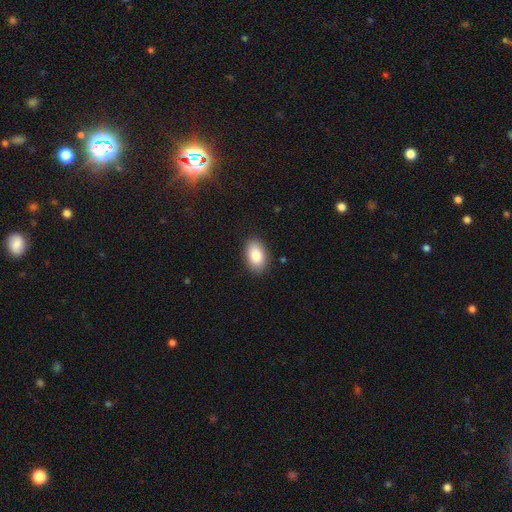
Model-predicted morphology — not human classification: type=smooth (84%); roundness=in between (91%); merging=none (88%).